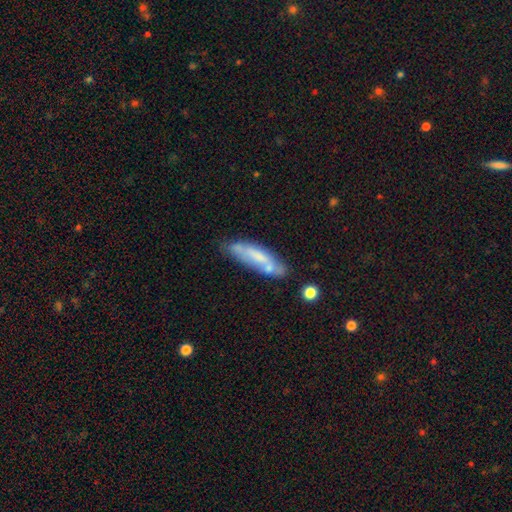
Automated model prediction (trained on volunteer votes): Smooth or featured: smooth — 52% (featured or disk — 41%)
How rounded: cigar-shaped — 64% (in between — 34%)
Merging: none — 57% (minor disturbance — 24%)